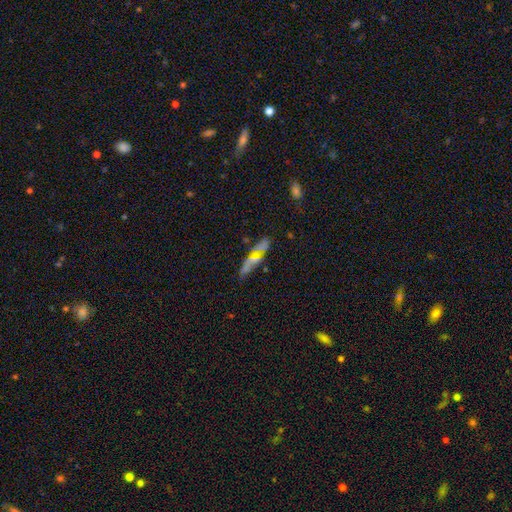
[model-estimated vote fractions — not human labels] Smooth or featured? smooth (57%)
How rounded? cigar-shaped (54%)
Merging? none (74%)